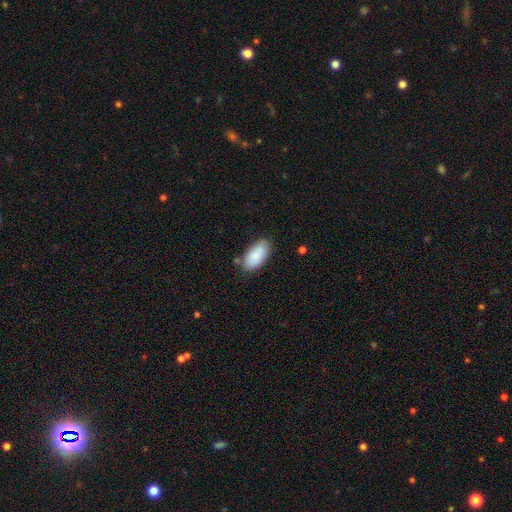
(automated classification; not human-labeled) Q: Smooth or featured?
A: smooth (86%); runner-up: featured or disk (8%)
Q: How rounded?
A: in between (93%); runner-up: cigar-shaped (5%)
Q: Merging?
A: none (76%); runner-up: minor disturbance (17%)